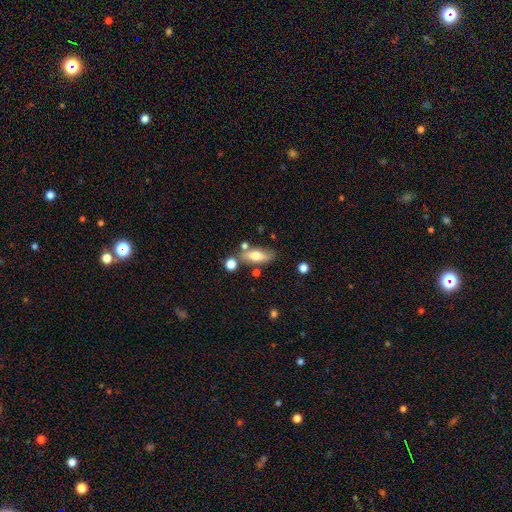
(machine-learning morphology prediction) Smooth or featured? Predicted: smooth (p=0.64). How rounded? Predicted: in between (p=0.66). Merging? Predicted: none (p=0.68).